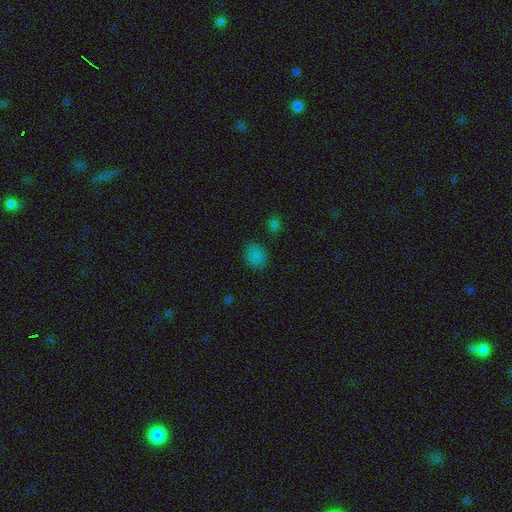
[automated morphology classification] Smooth or featured?
  - smooth: 80% *
  - star or artifact: 16%
  - featured or disk: 4%
How rounded?
  - in between: 50% *
  - round: 49%
  - cigar-shaped: 1%
Merging?
  - none: 80% *
  - minor disturbance: 14%
  - major disturbance: 4%
  - merger: 3%